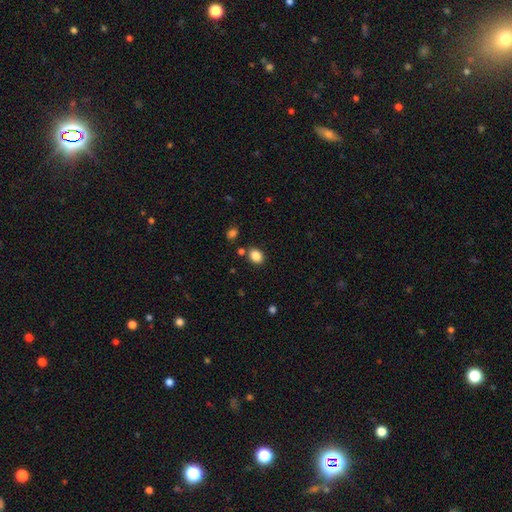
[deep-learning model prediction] Overall: smooth (86%). How rounded: in between (55%; round 44%). Merging: none (81%).